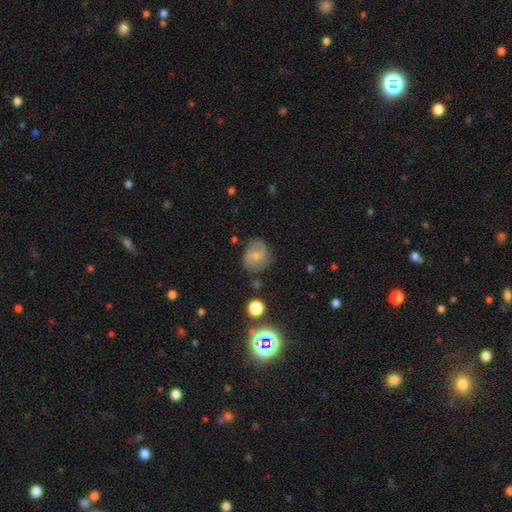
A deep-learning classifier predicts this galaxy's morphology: A smooth galaxy with no disk features (46%).

Vote fractions:
- Smooth or featured? smooth: 46% / featured or disk: 45% / star or artifact: 9%
- Merging? none: 71% / minor disturbance: 20% / major disturbance: 6% / merger: 3%